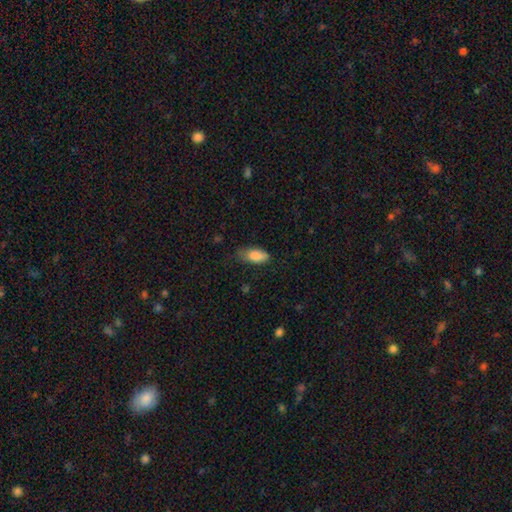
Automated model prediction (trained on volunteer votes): A smooth galaxy with no disk features (85%) that is in between round and cigar-shaped (88%).

Vote fractions:
- Smooth or featured? smooth: 85% / featured or disk: 8% / star or artifact: 7%
- How rounded? in between: 88% / cigar-shaped: 9% / round: 3%
- Merging? none: 56% / minor disturbance: 34% / major disturbance: 8% / merger: 2%